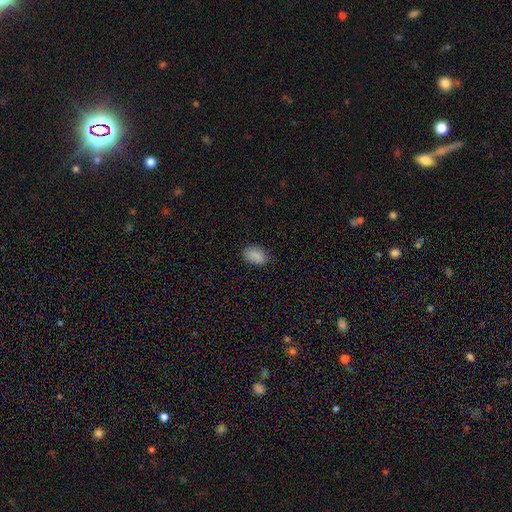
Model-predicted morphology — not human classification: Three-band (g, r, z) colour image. It shows a smooth galaxy with no disk features (88%) that is in between round and cigar-shaped (92%). Merging: none (80%).